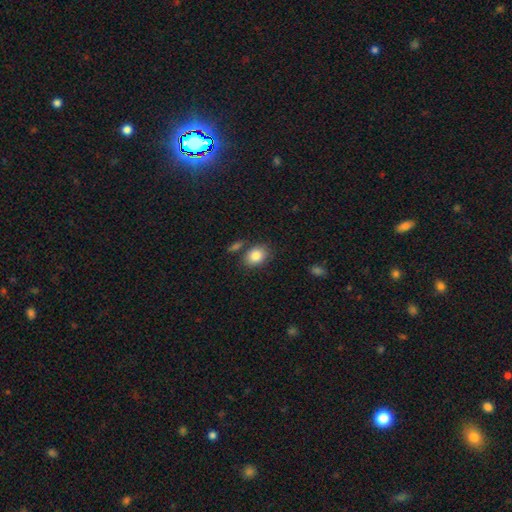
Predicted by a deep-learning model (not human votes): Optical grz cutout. It shows a smooth galaxy with no disk features (85%) that is in between round and cigar-shaped (64%). Merging: none (74%).